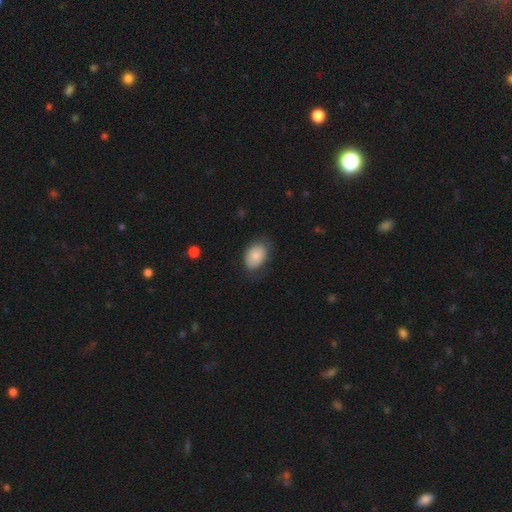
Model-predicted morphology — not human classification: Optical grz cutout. It shows a smooth galaxy with no disk features (83%) that is in between round and cigar-shaped (86%). Merging: none (71%).